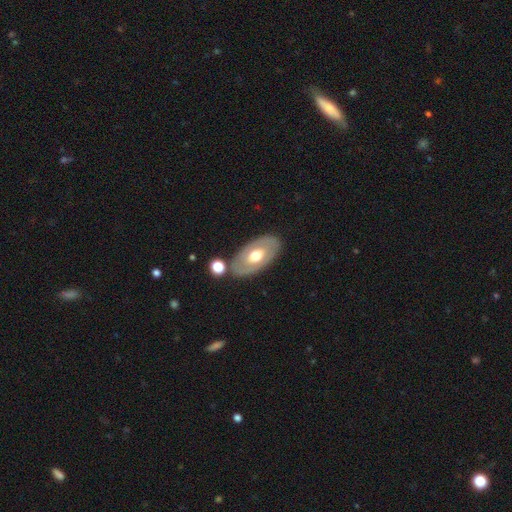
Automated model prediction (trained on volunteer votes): smooth_or_featured: featured or disk (p=0.52) [alt: smooth p=0.43]
disk_edge_on: no (p=0.87) [alt: yes p=0.13]
merging: none (p=0.78) [alt: minor disturbance p=0.12]